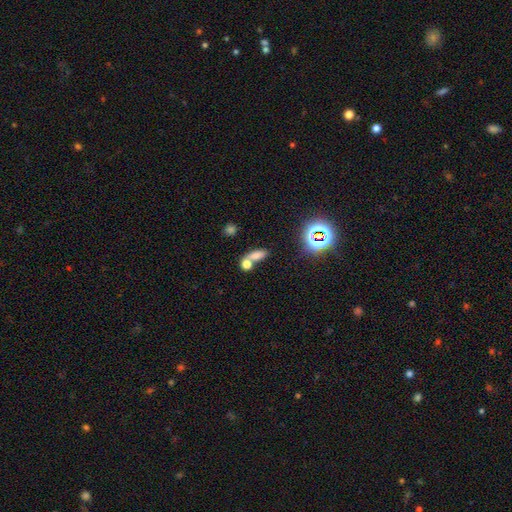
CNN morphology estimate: Overall: smooth (70%). How rounded: in between (66%). Merging: merger (49%; none 37%).